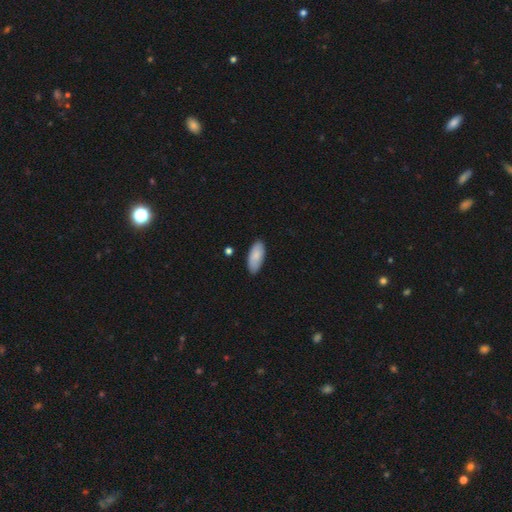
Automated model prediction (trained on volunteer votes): Smooth or featured?
  - smooth: 85% *
  - featured or disk: 9%
  - star or artifact: 6%
How rounded?
  - in between: 87% *
  - cigar-shaped: 11%
  - round: 2%
Merging?
  - none: 83% *
  - minor disturbance: 14%
  - major disturbance: 2%
  - merger: 1%